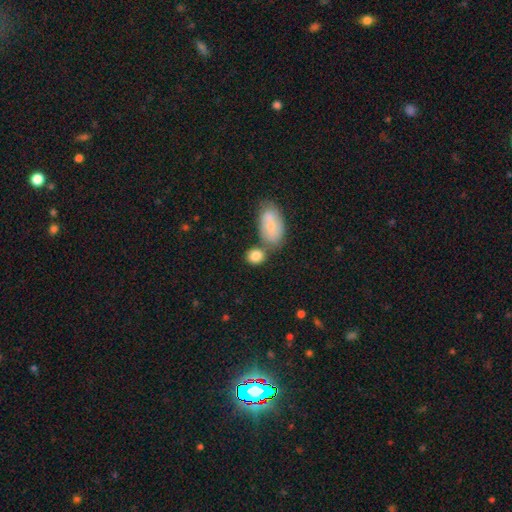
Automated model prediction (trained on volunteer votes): Overall: smooth (83%). How rounded: round (60%; in between 38%). Merging: none (57%; merger 25%).